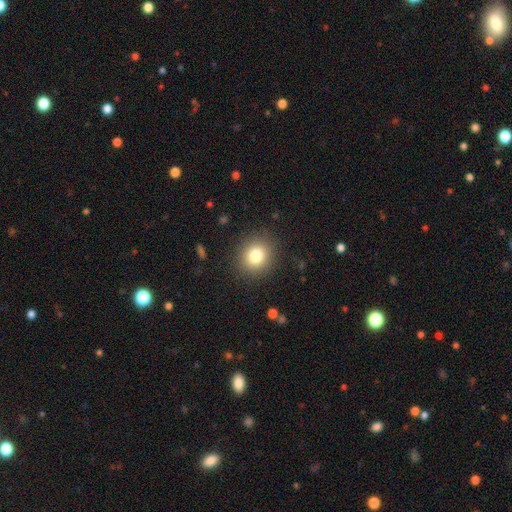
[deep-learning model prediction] Smooth or featured? Predicted: smooth (p=0.80). How rounded? Predicted: round (p=0.83). Merging? Predicted: none (p=0.89).